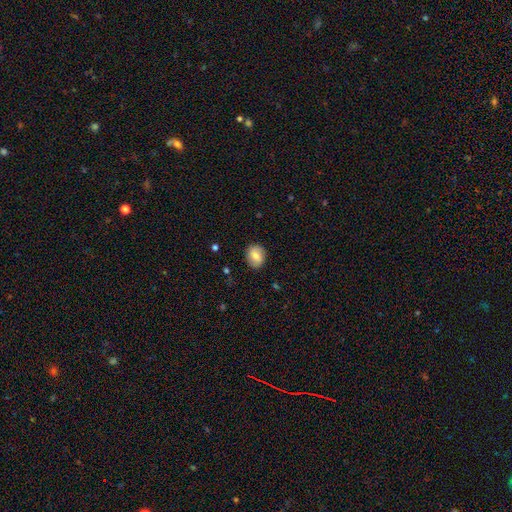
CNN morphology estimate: Smooth or featured? Predicted: smooth (p=0.71). How rounded? Predicted: round (p=0.56). Merging? Predicted: none (p=0.86).